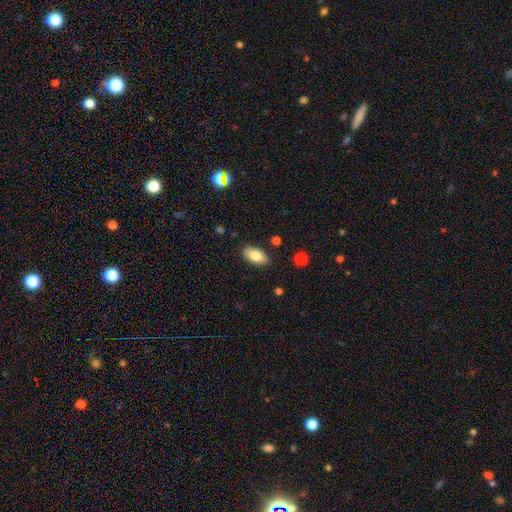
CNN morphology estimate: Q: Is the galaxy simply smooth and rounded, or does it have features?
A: smooth — 82%.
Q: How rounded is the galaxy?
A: in between — 93%.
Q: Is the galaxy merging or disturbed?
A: none — 86%.